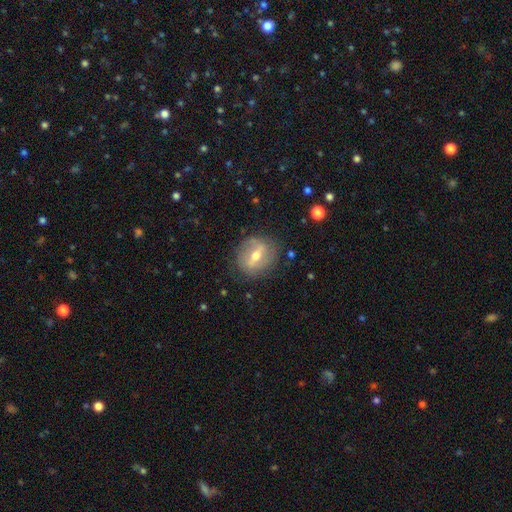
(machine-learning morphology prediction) The model was most divided on "spiral arms": yes: 56%, no: 44%. More confident: edge-on disk — no (88%); merging — none (77%); bulge size — moderate (70%); smooth or featured — featured or disk (67%); bar — strong (51%).